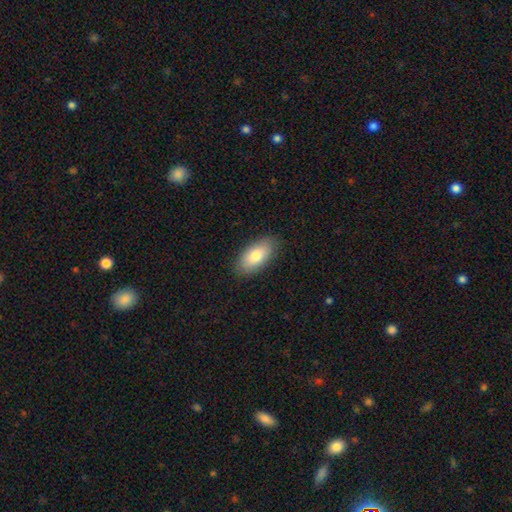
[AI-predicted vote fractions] Smooth or featured: smooth — 79% (featured or disk — 15%)
How rounded: in between — 91% (cigar-shaped — 6%)
Merging: none — 86% (minor disturbance — 11%)